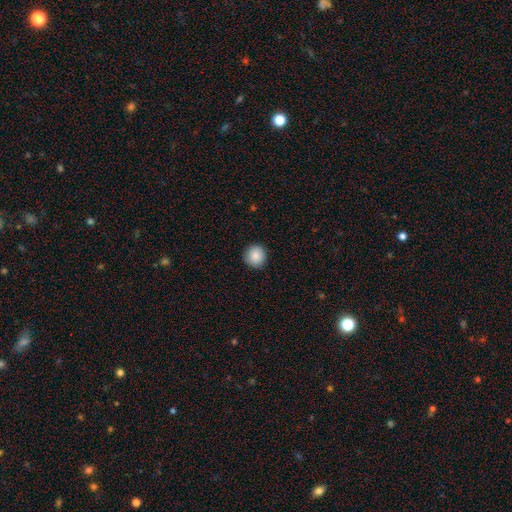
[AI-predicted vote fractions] This appears to be a smooth galaxy with no disk features (88%) that is round (92%). Merging: none (91%).